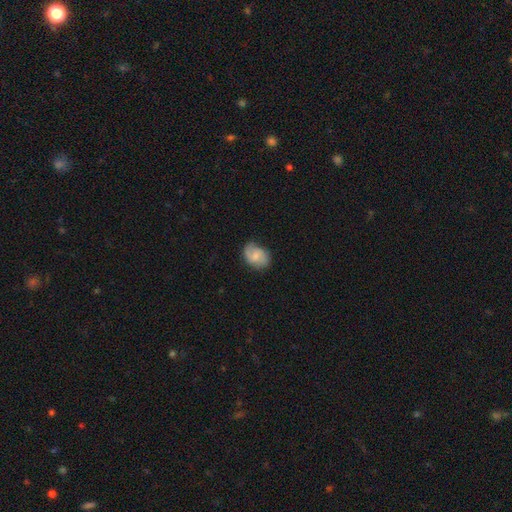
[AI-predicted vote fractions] smooth_or_featured: smooth (p=0.59) [alt: featured or disk p=0.33]
how_rounded: in between (p=0.70) [alt: round p=0.29]
merging: none (p=0.68) [alt: minor disturbance p=0.25]